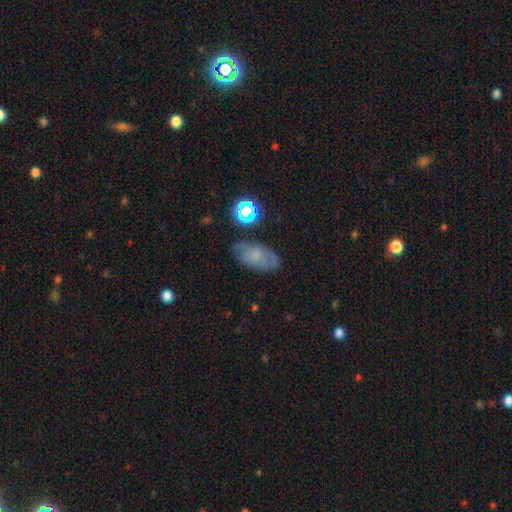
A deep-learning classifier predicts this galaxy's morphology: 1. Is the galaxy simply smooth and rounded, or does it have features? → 52% smooth, 32% featured or disk, 16% star or artifact.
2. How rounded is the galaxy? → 88% in between, 8% round, 4% cigar-shaped.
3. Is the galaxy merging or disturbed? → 68% none, 21% minor disturbance, 8% major disturbance, 3% merger.